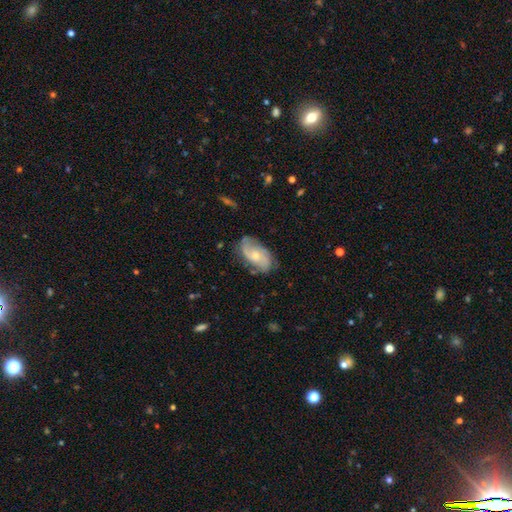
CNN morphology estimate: type=featured or disk (70%); edge-on=no (95%); bar=no (70%); spiral arms=yes (91%); winding=medium (43%); arm count=2 (62%); bulge=small (52%); merging=none (70%).